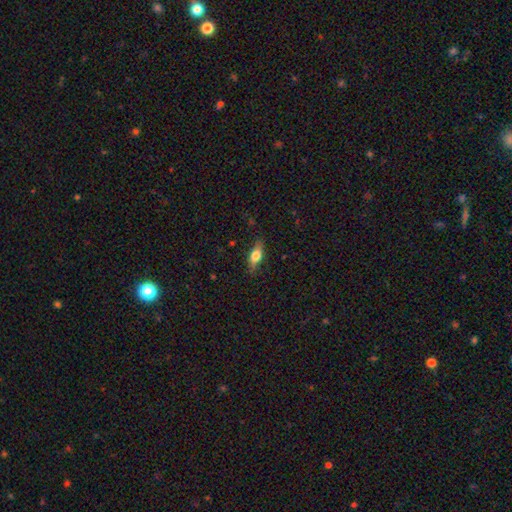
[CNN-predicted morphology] Overall: smooth (62%; featured or disk 30%). How rounded: in between (66%; cigar-shaped 29%). Merging: none (81%).